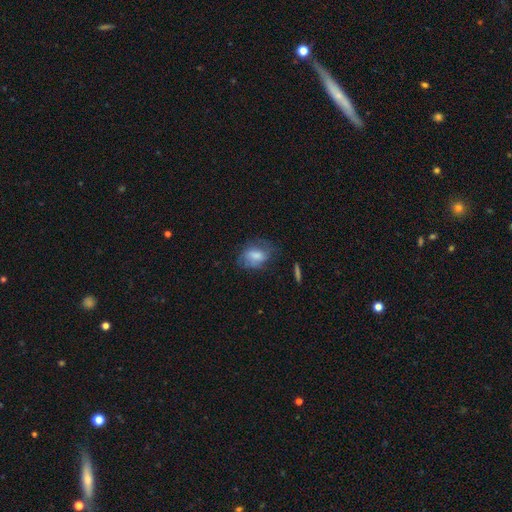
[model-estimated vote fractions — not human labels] Smooth or featured? smooth (61%)
How rounded? in between (78%)
Merging? none (52%)